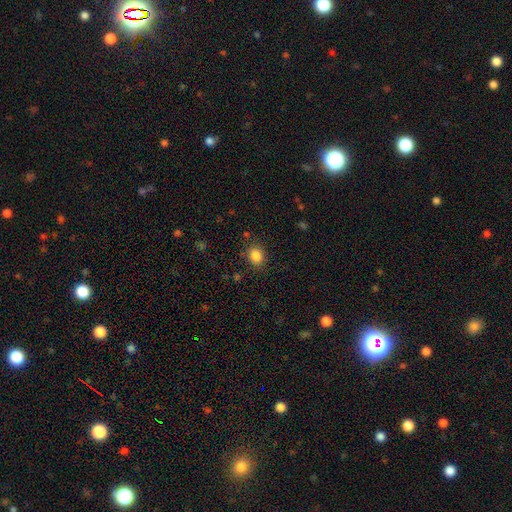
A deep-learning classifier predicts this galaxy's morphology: smooth_or_featured: smooth (p=0.85) [alt: star or artifact p=0.11]
how_rounded: round (p=0.63) [alt: in between p=0.36]
merging: none (p=0.84) [alt: minor disturbance p=0.11]